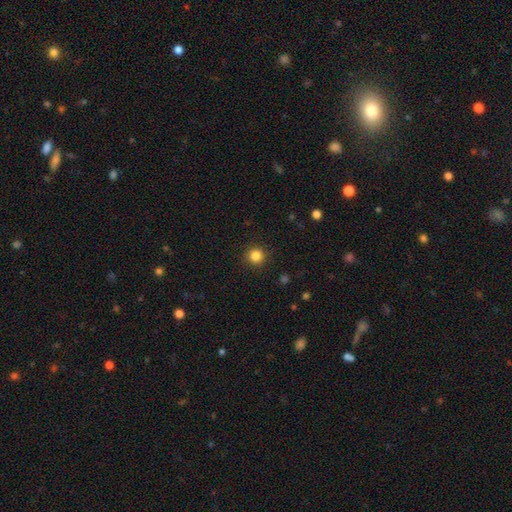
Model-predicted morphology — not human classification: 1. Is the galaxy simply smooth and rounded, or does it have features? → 85% smooth, 12% star or artifact, 4% featured or disk.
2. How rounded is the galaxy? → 95% round, 5% in between, 1% cigar-shaped.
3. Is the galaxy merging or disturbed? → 92% none, 5% minor disturbance, 2% major disturbance, 1% merger.